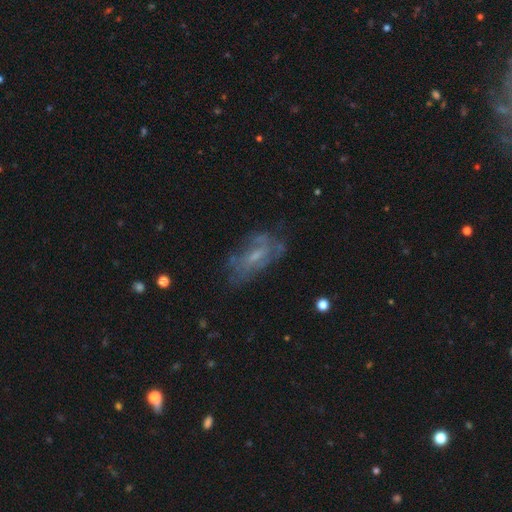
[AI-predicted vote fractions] smooth-or-featured: featured or disk: 59% | smooth: 29% | star or artifact: 12%
  disk-edge-on: no: 90% | yes: 10%
    bar: no: 49% | weak: 41% | strong: 9%
    has-spiral-arms: yes: 57% | no: 43%
    bulge-size: small: 50% | moderate: 30% | none: 17% | large: 2% | dominant: 1%
  merging: none: 59% | minor disturbance: 23% | major disturbance: 16% | merger: 3%